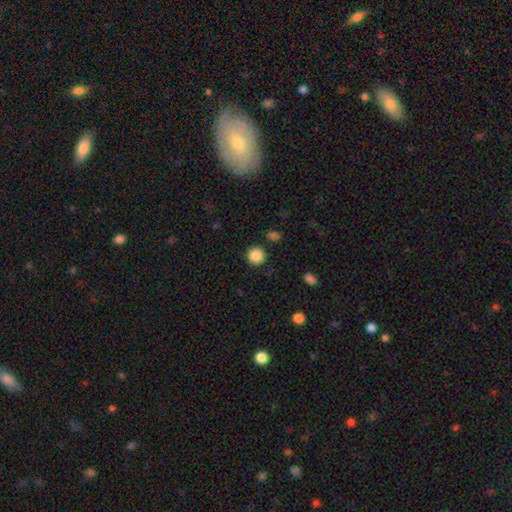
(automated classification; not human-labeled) Morphology: type=smooth (87%); roundness=round (94%); merging=none (89%).